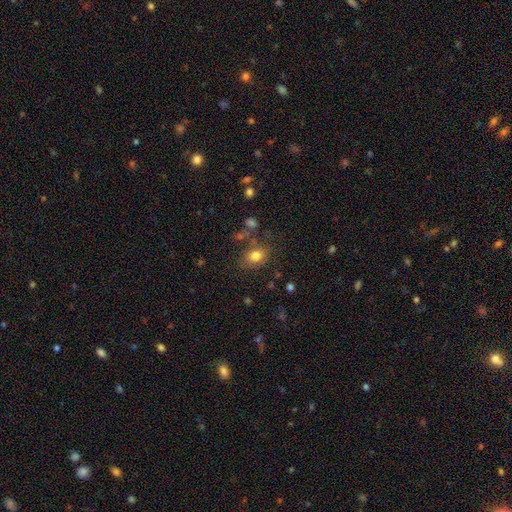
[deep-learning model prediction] Overall: smooth (79%). How rounded: in between (56%; round 43%). Merging: none (71%).